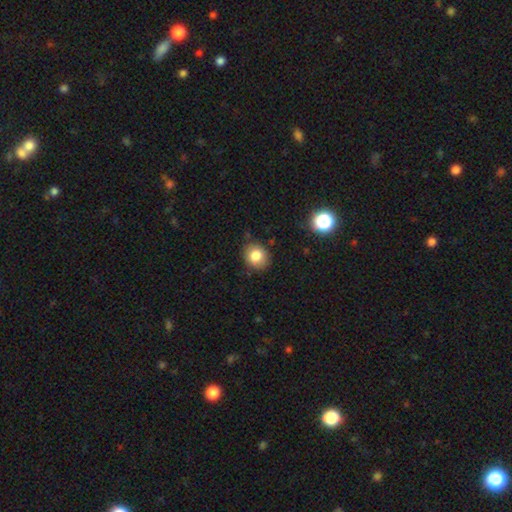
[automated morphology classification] type=smooth (81%); roundness=round (72%); merging=none (83%).